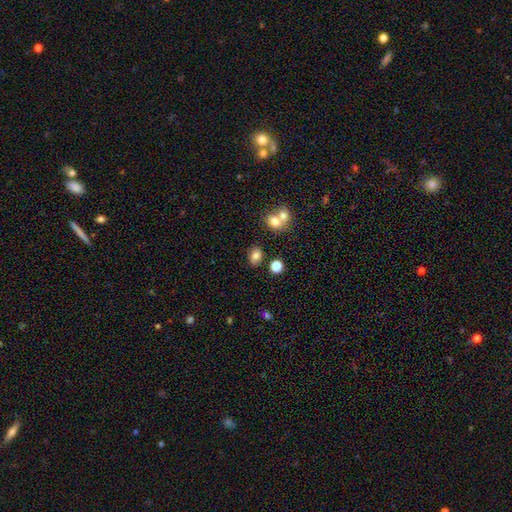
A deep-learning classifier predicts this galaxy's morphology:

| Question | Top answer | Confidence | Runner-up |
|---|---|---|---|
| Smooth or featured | smooth | 79% | star or artifact (12%) |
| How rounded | in between | 69% | round (30%) |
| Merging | none | 74% | merger (12%) |